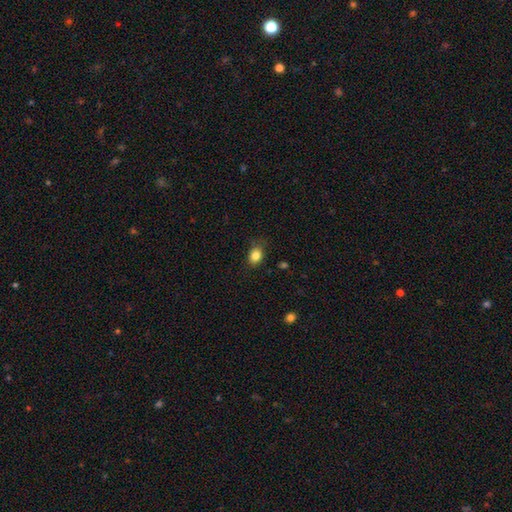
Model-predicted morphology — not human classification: Q: Smooth or featured?
A: smooth (84%); runner-up: star or artifact (10%)
Q: How rounded?
A: in between (62%); runner-up: round (37%)
Q: Merging?
A: none (73%); runner-up: minor disturbance (20%)